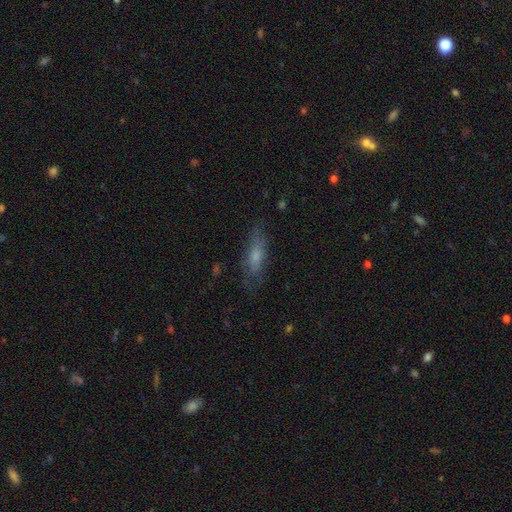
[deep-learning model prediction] The model was most divided on "how rounded": cigar-shaped: 52%, in between: 46%, round: 3%. More confident: merging — none (66%); smooth or featured — smooth (59%).